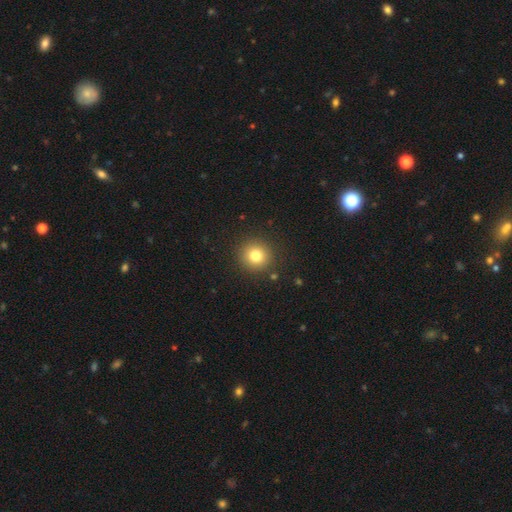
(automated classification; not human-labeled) Smooth or featured? smooth (79%)
How rounded? round (93%)
Merging? none (91%)